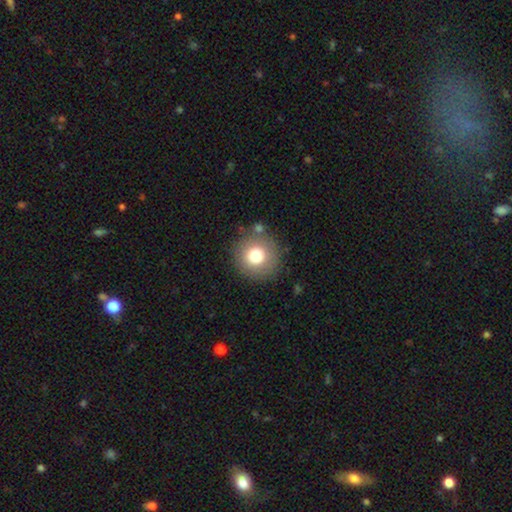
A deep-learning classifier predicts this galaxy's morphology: Smooth or featured?
  - smooth: 75% *
  - featured or disk: 13%
  - star or artifact: 12%
How rounded?
  - round: 94% *
  - in between: 5%
  - cigar-shaped: 1%
Merging?
  - none: 84% *
  - minor disturbance: 8%
  - merger: 4%
  - major disturbance: 3%